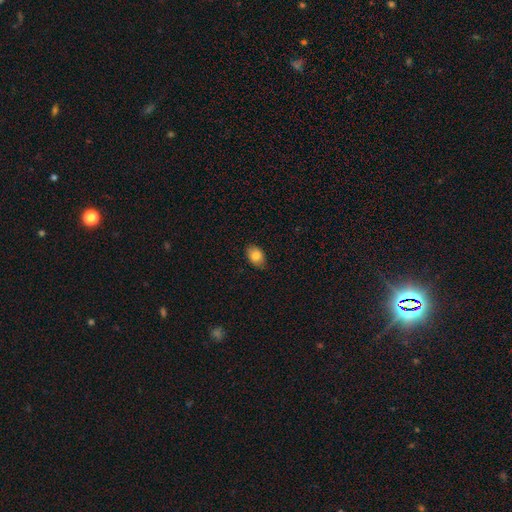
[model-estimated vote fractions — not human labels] Overall: smooth (82%). How rounded: in between (84%). Merging: none (83%).